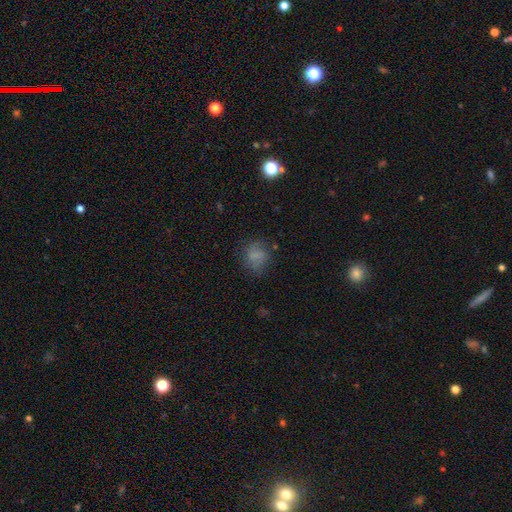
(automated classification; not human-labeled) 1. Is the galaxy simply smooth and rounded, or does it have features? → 68% smooth, 20% featured or disk, 12% star or artifact.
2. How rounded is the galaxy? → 66% round, 33% in between, 1% cigar-shaped.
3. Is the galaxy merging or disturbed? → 67% none, 21% minor disturbance, 10% major disturbance, 2% merger.